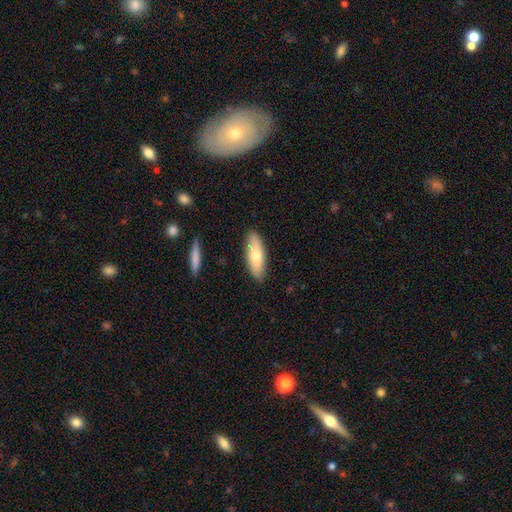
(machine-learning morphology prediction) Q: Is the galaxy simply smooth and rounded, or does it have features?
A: smooth — 71%.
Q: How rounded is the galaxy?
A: in between — 58%.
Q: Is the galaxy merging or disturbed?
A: none — 87%.